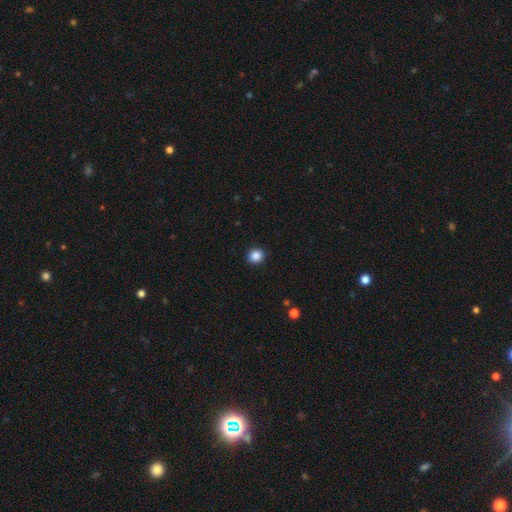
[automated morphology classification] Q: Smooth or featured?
A: smooth (86%); runner-up: star or artifact (10%)
Q: How rounded?
A: round (89%); runner-up: in between (10%)
Q: Merging?
A: none (93%); runner-up: minor disturbance (5%)